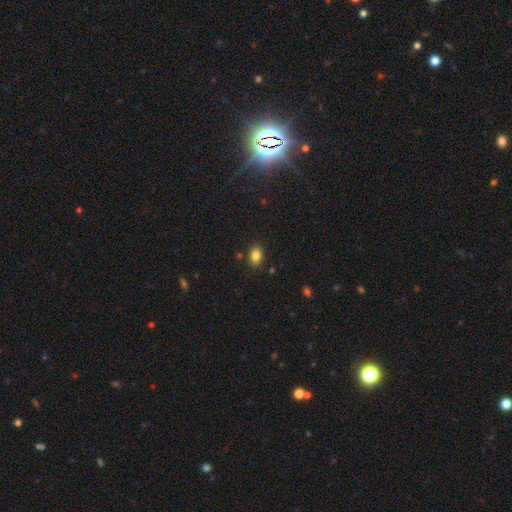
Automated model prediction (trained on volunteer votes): smooth-or-featured: smooth: 84% | star or artifact: 10% | featured or disk: 6%
  how-rounded: in between: 73% | round: 26% | cigar-shaped: 1%
  merging: none: 84% | minor disturbance: 10% | merger: 3% | major disturbance: 3%